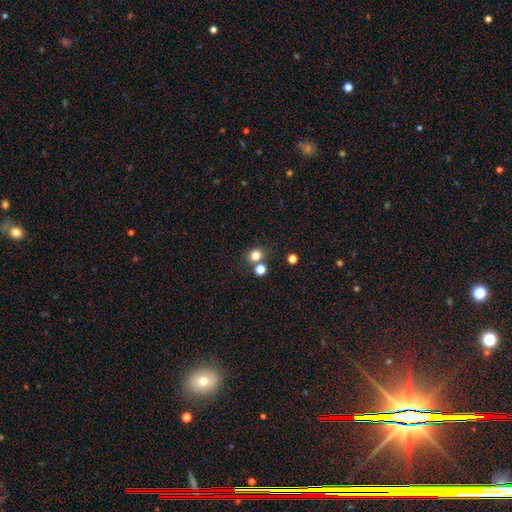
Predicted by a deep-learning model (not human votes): A smooth galaxy with no disk features (78%) that is round (80%).

Vote fractions:
- Smooth or featured? smooth: 78% / star or artifact: 16% / featured or disk: 6%
- How rounded? round: 80% / in between: 19% / cigar-shaped: 1%
- Merging? none: 71% / merger: 18% / minor disturbance: 8% / major disturbance: 3%